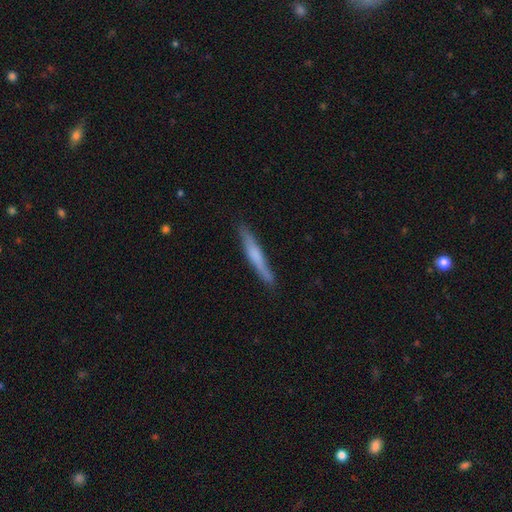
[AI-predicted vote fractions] The model was most divided on "smooth or featured": smooth: 50%, featured or disk: 44%, star or artifact: 6%. More confident: how rounded — cigar-shaped (95%); merging — none (83%).